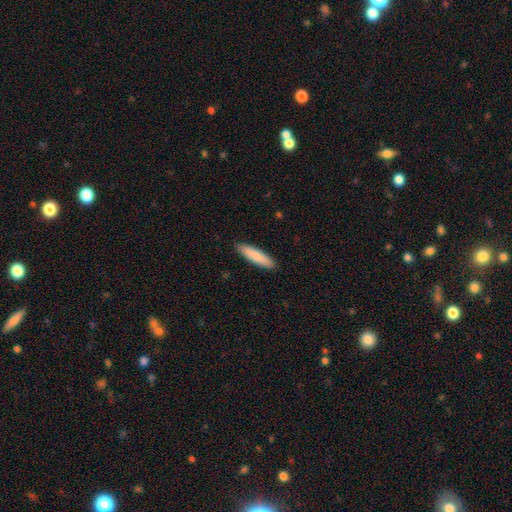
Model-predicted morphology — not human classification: type=smooth (85%); roundness=cigar-shaped (80%); merging=none (91%).